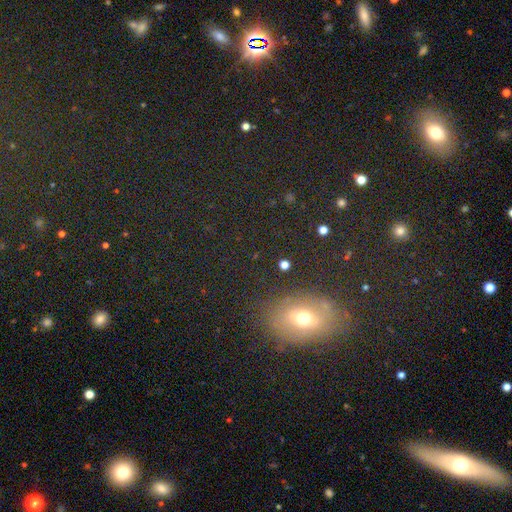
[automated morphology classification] type=smooth (50%); merging=none (85%).